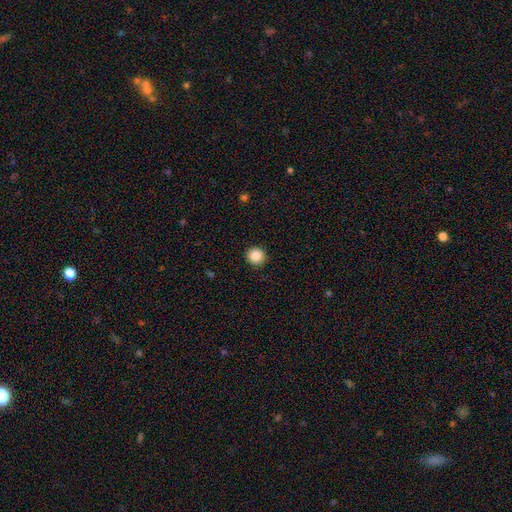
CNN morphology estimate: A smooth galaxy with no disk features (86%) that is round (93%). Merging: none (92%).